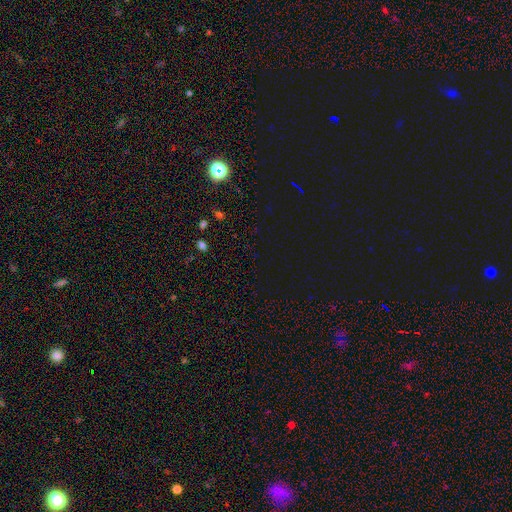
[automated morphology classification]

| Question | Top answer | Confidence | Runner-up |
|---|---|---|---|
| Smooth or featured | star or artifact | 70% | smooth (24%) |